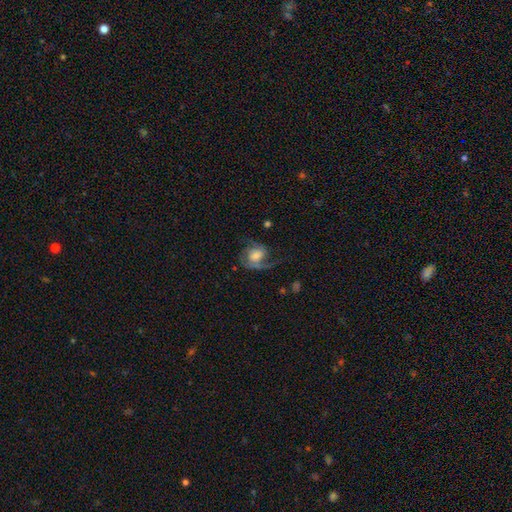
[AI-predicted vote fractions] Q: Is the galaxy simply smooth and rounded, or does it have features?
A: featured or disk — 73%.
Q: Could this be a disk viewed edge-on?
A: no — 97%.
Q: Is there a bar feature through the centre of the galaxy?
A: no — 55%.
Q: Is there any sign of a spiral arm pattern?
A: yes — 92%.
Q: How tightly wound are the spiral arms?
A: medium — 47%.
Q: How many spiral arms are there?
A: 2 — 65%.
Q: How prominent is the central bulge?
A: moderate — 37%.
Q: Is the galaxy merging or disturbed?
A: none — 51%.